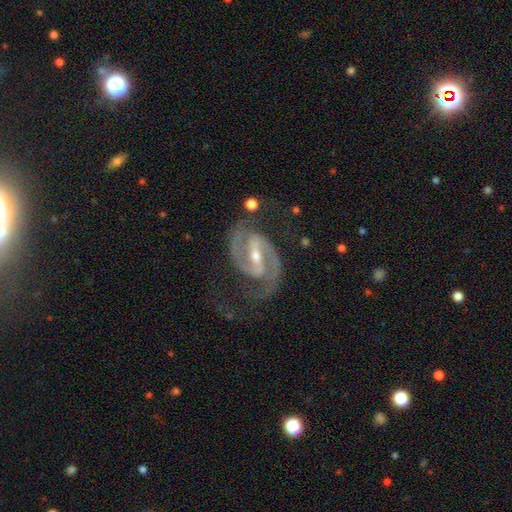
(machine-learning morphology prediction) smooth-or-featured: featured or disk: 93% | star or artifact: 4% | smooth: 2%
  disk-edge-on: no: 98% | yes: 2%
    bar: strong: 61% | weak: 30% | no: 9%
    has-spiral-arms: yes: 99% | no: 1%
      spiral-winding: medium: 59% | tight: 30% | loose: 11%
      spiral-arm-count: 2: 94% | can't tell: 1% | 3: 1% | 1: 1% | 4: 1% | more than 4: 1%
    bulge-size: small: 53% | moderate: 44% | large: 1% | none: 1% | dominant: 1%
  merging: none: 71% | minor disturbance: 17% | major disturbance: 9% | merger: 3%